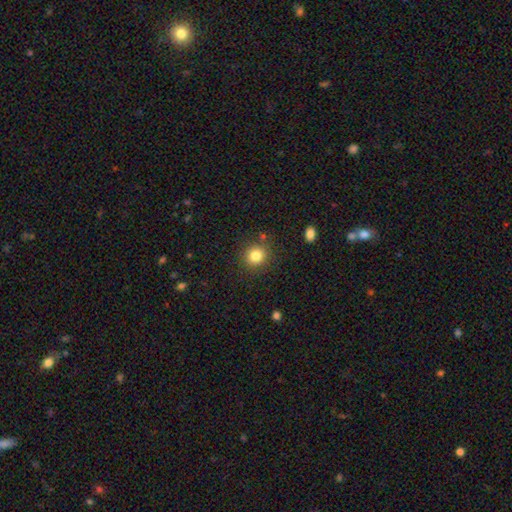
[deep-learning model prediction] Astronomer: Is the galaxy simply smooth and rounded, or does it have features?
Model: smooth — 83%.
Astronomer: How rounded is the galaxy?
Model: round — 86%.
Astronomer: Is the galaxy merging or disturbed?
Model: none — 86%.